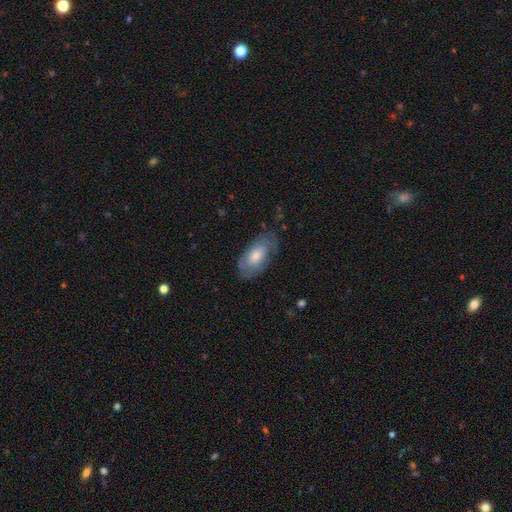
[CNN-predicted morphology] smooth_or_featured: smooth (p=0.60) [alt: featured or disk p=0.34]
how_rounded: in between (p=0.91) [alt: cigar-shaped p=0.06]
merging: none (p=0.65) [alt: minor disturbance p=0.24]